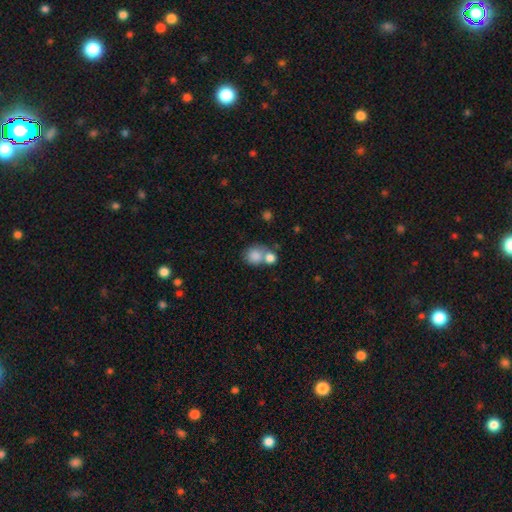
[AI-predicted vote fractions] Smooth or featured?
  - smooth: 82% *
  - featured or disk: 9%
  - star or artifact: 9%
How rounded?
  - round: 77% *
  - in between: 22%
  - cigar-shaped: 1%
Merging?
  - merger: 48% *
  - none: 38%
  - minor disturbance: 10%
  - major disturbance: 5%